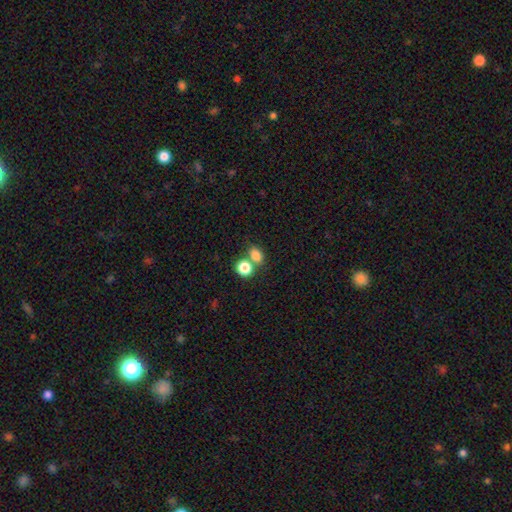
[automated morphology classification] smooth-or-featured: smooth: 81% | star or artifact: 12% | featured or disk: 7%
  how-rounded: in between: 55% | round: 44% | cigar-shaped: 1%
  merging: none: 50% | merger: 38% | minor disturbance: 9% | major disturbance: 3%